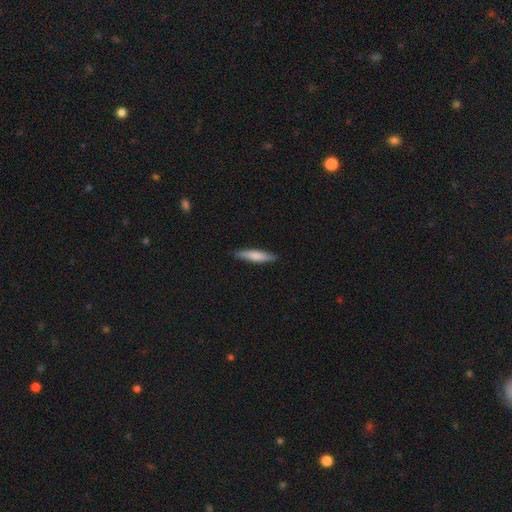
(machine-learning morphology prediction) smooth_or_featured: smooth (p=0.73) [alt: featured or disk p=0.21]
how_rounded: cigar-shaped (p=0.86) [alt: in between p=0.13]
merging: none (p=0.88) [alt: minor disturbance p=0.09]